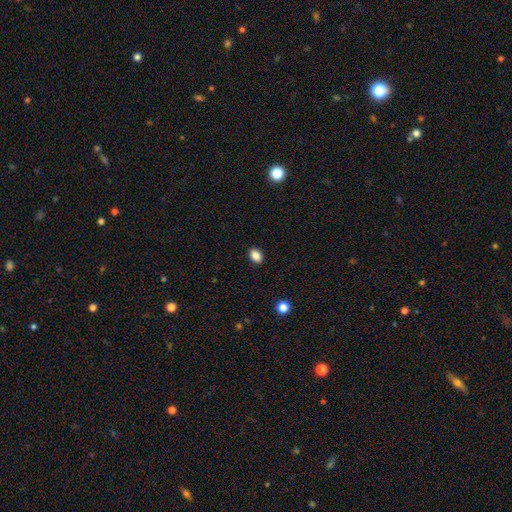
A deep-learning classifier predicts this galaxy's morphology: A smooth galaxy with no disk features (87%) that is in between round and cigar-shaped (77%). Merging: none (90%).